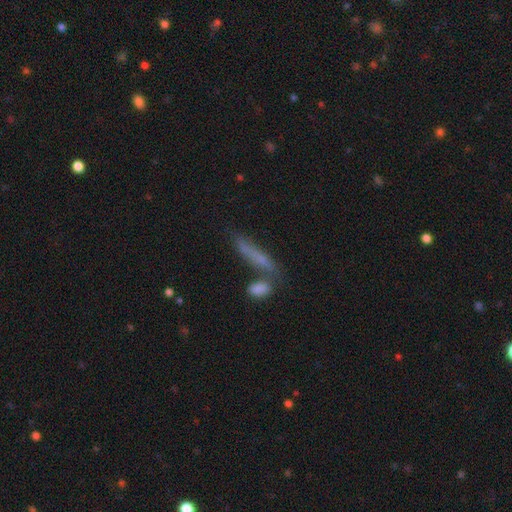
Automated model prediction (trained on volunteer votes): Smooth or featured? Predicted: smooth (p=0.61). How rounded? Predicted: cigar-shaped (p=0.82). Merging? Predicted: none (p=0.61).